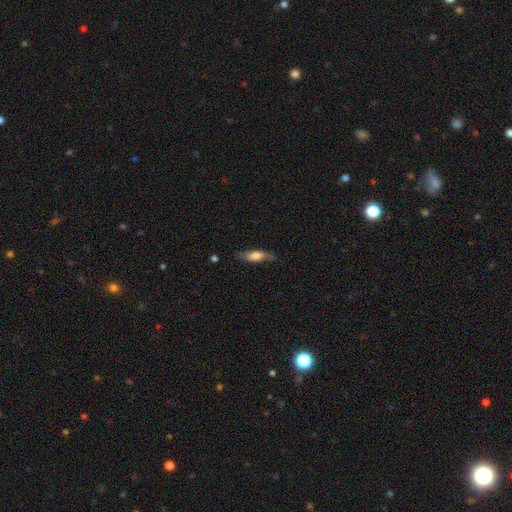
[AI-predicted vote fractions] Smooth or featured? smooth (60%)
How rounded? cigar-shaped (51%)
Merging? none (73%)